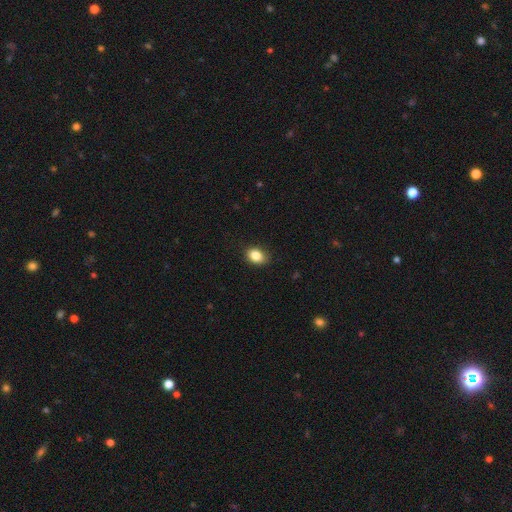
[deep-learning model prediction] A smooth galaxy with no disk features (85%) that is in between round and cigar-shaped (68%). Merging: none (85%).